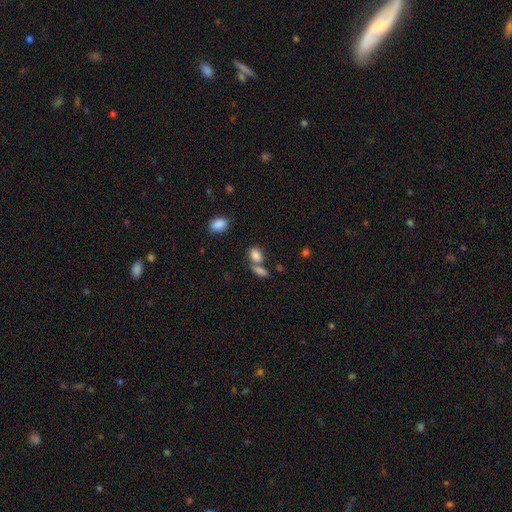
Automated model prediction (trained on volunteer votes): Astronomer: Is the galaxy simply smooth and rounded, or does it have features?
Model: smooth — 83%.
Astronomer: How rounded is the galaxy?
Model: in between — 78%.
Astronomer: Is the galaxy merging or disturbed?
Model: merger — 44% (runner-up: none, 41%).